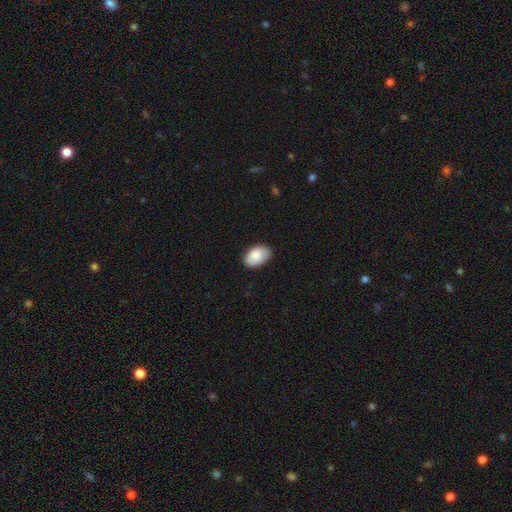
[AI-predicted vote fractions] smooth_or_featured: smooth (p=0.88) [alt: star or artifact p=0.06]
how_rounded: in between (p=0.92) [alt: round p=0.07]
merging: none (p=0.83) [alt: minor disturbance p=0.14]